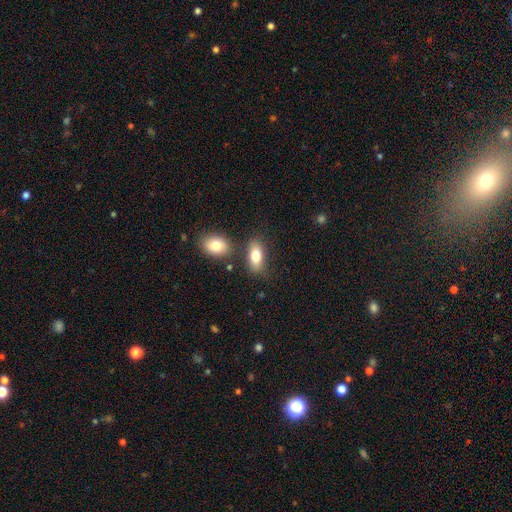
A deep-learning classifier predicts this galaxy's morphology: smooth 79%, featured or disk 13%, star or artifact 8%. Down the decision tree: how rounded — in between (88%); merging — none (71%).